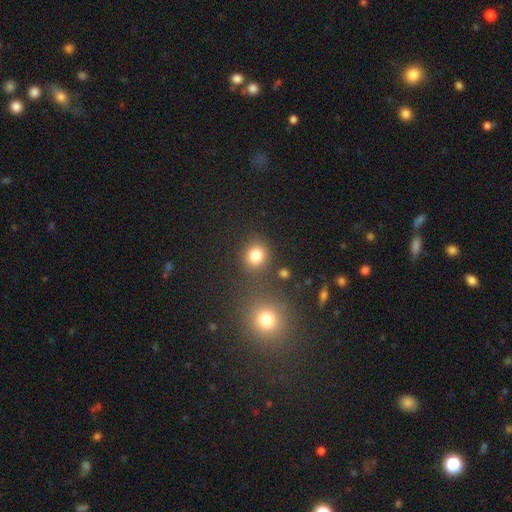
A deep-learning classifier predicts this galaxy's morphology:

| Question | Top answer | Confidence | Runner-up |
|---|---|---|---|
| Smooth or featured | smooth | 80% | star or artifact (14%) |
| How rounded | round | 80% | in between (19%) |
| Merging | none | 77% | minor disturbance (10%) |